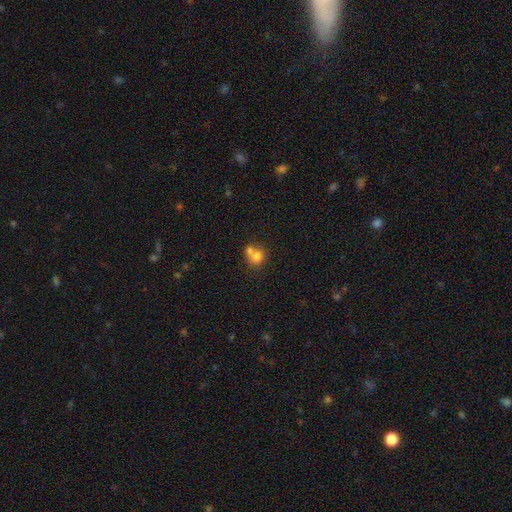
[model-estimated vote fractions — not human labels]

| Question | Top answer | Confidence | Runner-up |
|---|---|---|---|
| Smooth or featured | smooth | 75% | featured or disk (14%) |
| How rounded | round | 71% | in between (28%) |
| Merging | merger | 56% | none (33%) |